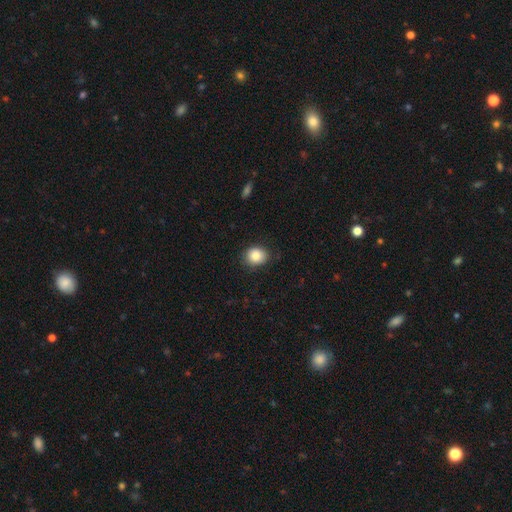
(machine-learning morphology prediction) This appears to be a smooth galaxy with no disk features (86%) that is round (67%). Merging: none (80%).